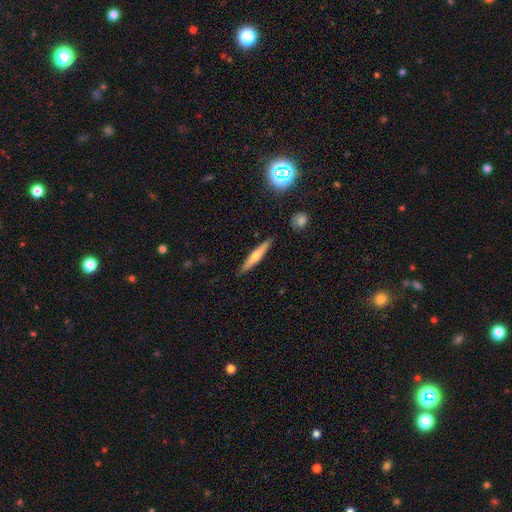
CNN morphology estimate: Q: Smooth or featured?
A: featured or disk (49%); runner-up: smooth (45%)
Q: Merging?
A: none (89%); runner-up: minor disturbance (7%)